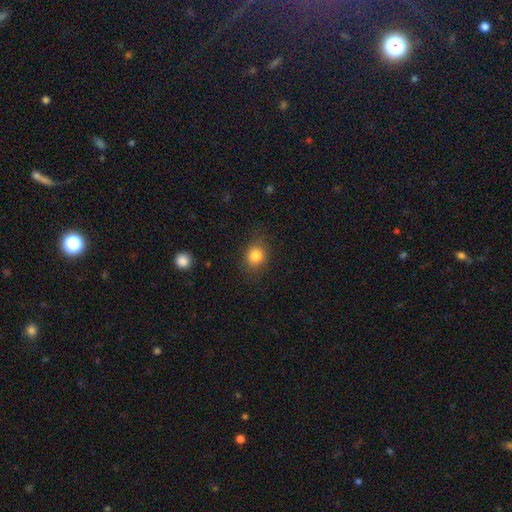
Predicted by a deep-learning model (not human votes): smooth-or-featured: smooth: 82% | star or artifact: 11% | featured or disk: 7%
  how-rounded: round: 70% | in between: 29% | cigar-shaped: 1%
  merging: none: 84% | minor disturbance: 11% | major disturbance: 4% | merger: 1%